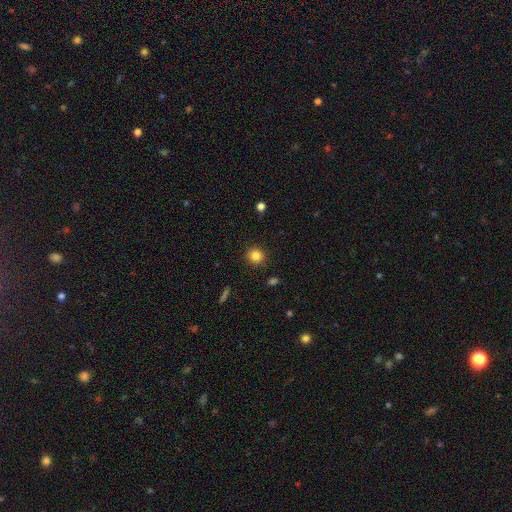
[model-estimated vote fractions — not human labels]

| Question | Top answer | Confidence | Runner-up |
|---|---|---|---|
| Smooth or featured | smooth | 84% | star or artifact (11%) |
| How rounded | round | 90% | in between (9%) |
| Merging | none | 91% | minor disturbance (6%) |